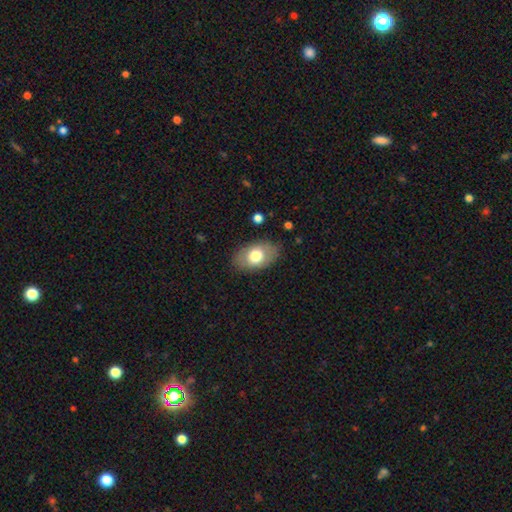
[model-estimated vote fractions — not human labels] Morphology: type=smooth (72%); roundness=in between (90%); merging=none (82%).